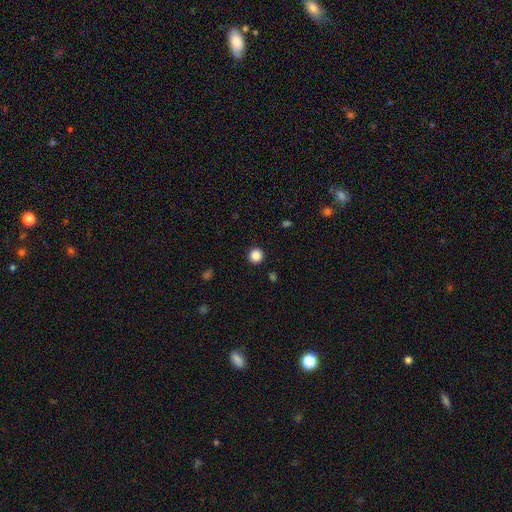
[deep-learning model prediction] Morphology: type=smooth (87%); roundness=round (96%); merging=none (93%).